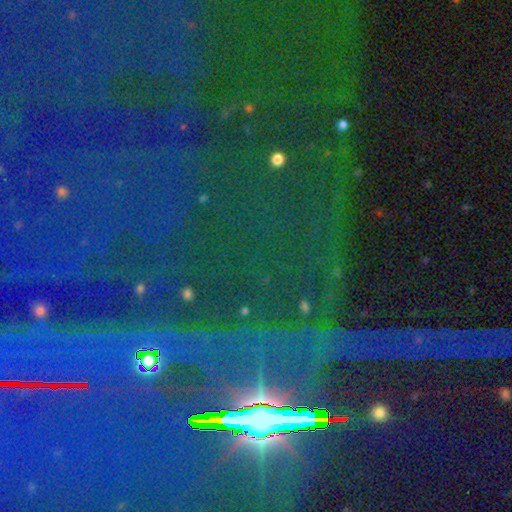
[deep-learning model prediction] Smooth or featured: star or artifact — 83% (smooth — 9%)